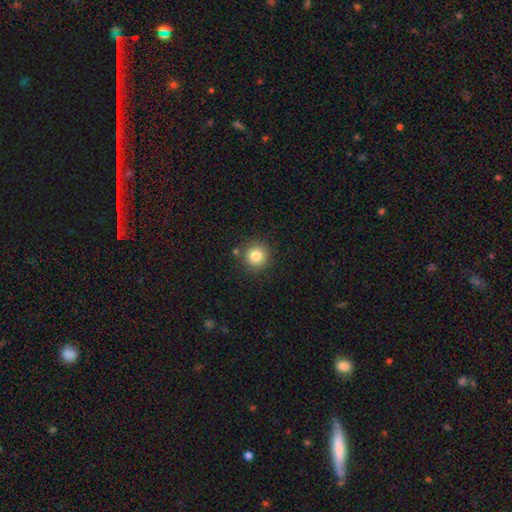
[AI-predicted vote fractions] Smooth or featured? smooth (82%)
How rounded? round (94%)
Merging? none (84%)